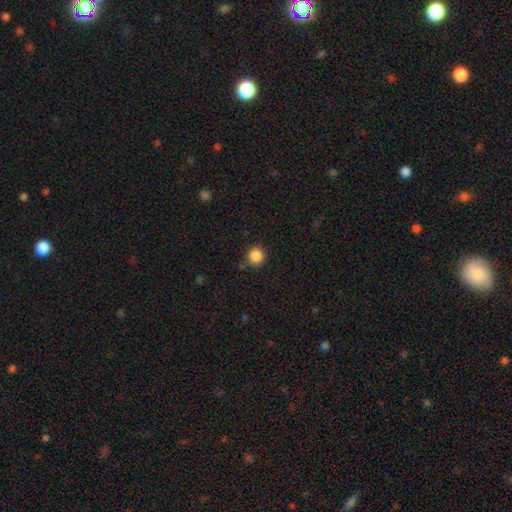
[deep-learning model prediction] smooth_or_featured: smooth (p=0.87) [alt: star or artifact p=0.10]
how_rounded: round (p=0.93) [alt: in between p=0.06]
merging: none (p=0.83) [alt: minor disturbance p=0.11]